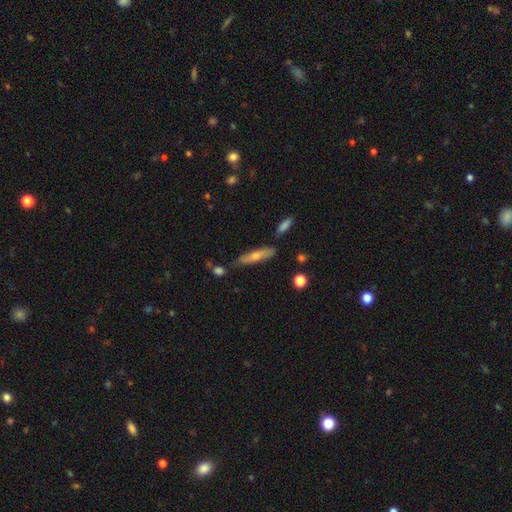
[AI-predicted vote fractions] Smooth or featured? Predicted: smooth (p=0.50). Merging? Predicted: none (p=0.77).